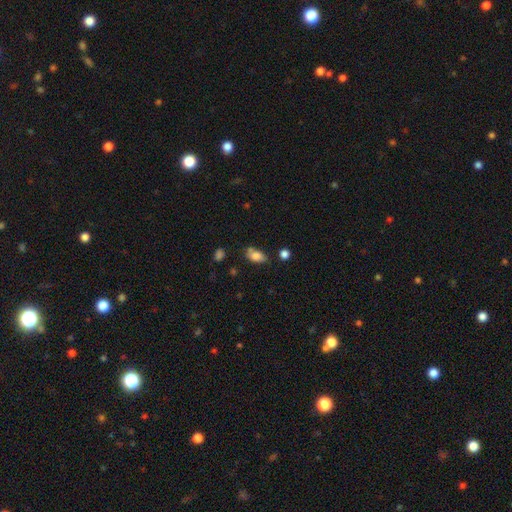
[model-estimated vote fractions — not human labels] This appears to be a smooth galaxy with no disk features (81%) that is in between round and cigar-shaped (89%). Merging: none (62%).